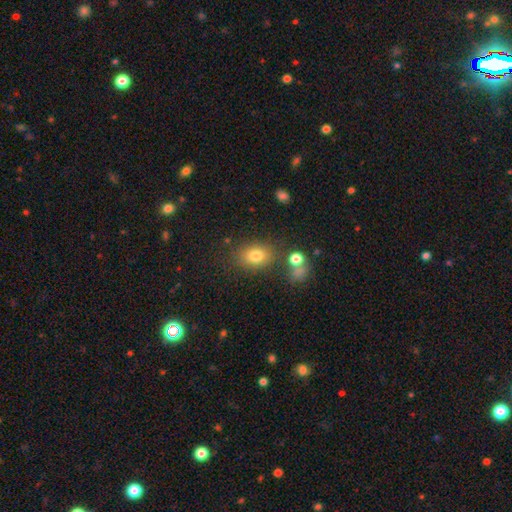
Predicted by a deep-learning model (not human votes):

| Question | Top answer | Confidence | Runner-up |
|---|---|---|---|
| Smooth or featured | smooth | 78% | star or artifact (12%) |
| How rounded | in between | 68% | round (31%) |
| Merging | none | 75% | minor disturbance (13%) |